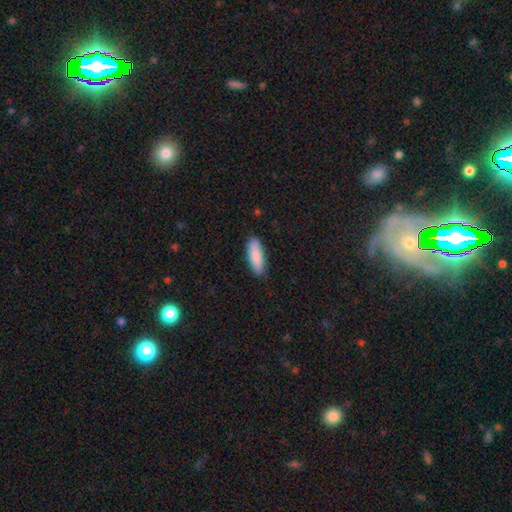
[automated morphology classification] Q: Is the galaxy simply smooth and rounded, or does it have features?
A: smooth — 89%.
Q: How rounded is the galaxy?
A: in between — 61%.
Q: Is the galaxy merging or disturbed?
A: none — 86%.